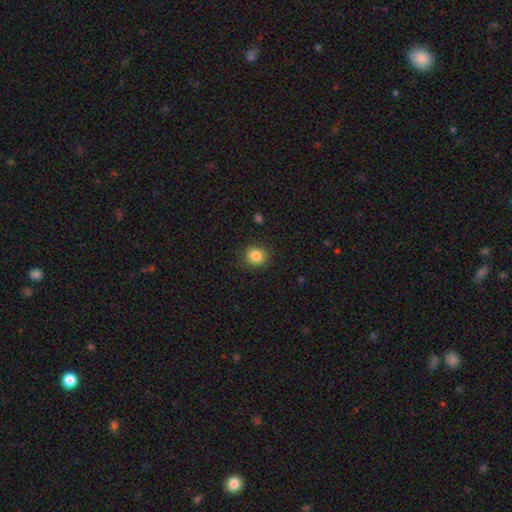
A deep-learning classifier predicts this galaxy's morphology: Smooth or featured?
  - smooth: 85% *
  - star or artifact: 10%
  - featured or disk: 5%
How rounded?
  - round: 84% *
  - in between: 15%
  - cigar-shaped: 1%
Merging?
  - none: 89% *
  - minor disturbance: 7%
  - major disturbance: 2%
  - merger: 1%